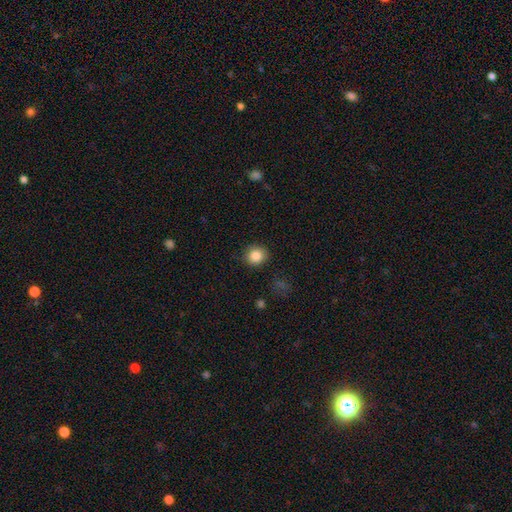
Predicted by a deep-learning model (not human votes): Morphology: type=smooth (85%); roundness=round (82%); merging=none (88%).